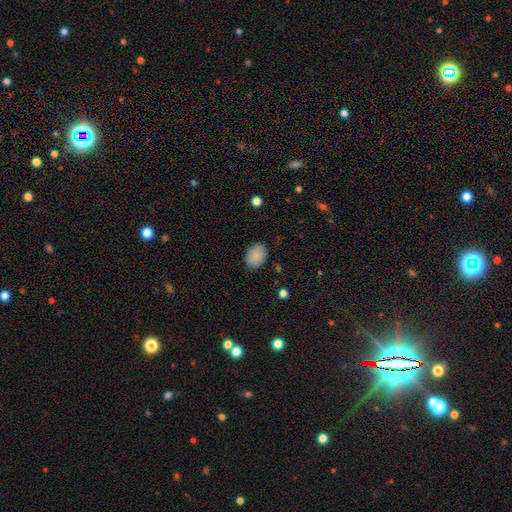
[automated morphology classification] Smooth or featured? Predicted: smooth (p=0.88). How rounded? Predicted: in between (p=0.77). Merging? Predicted: none (p=0.86).